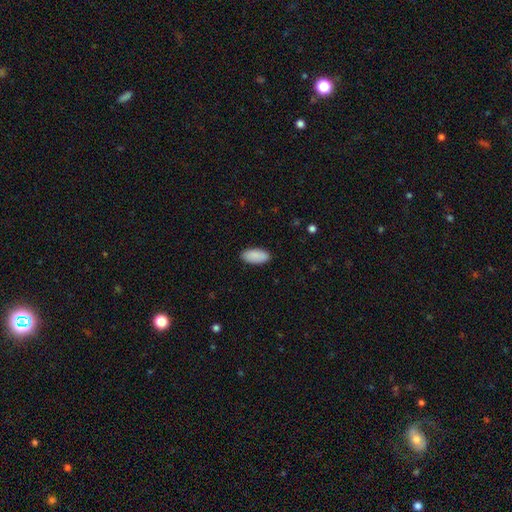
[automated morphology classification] smooth-or-featured: smooth: 90% | star or artifact: 6% | featured or disk: 4%
  how-rounded: in between: 93% | cigar-shaped: 6% | round: 2%
  merging: none: 89% | minor disturbance: 8% | major disturbance: 2% | merger: 1%